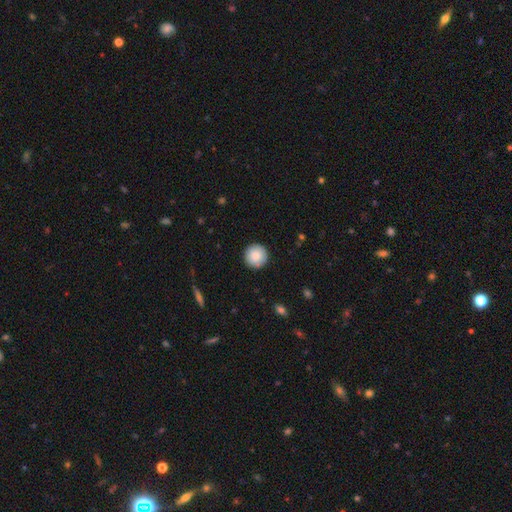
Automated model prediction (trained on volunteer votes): smooth_or_featured: smooth (p=0.86) [alt: featured or disk p=0.07]
how_rounded: round (p=0.96) [alt: in between p=0.03]
merging: none (p=0.91) [alt: minor disturbance p=0.06]